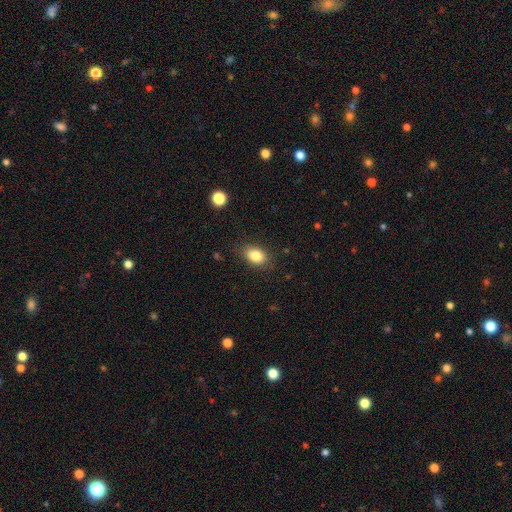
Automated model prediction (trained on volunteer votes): The model was most divided on "how rounded": in between: 84%, round: 15%, cigar-shaped: 1%. More confident: smooth or featured — smooth (84%); merging — none (83%).